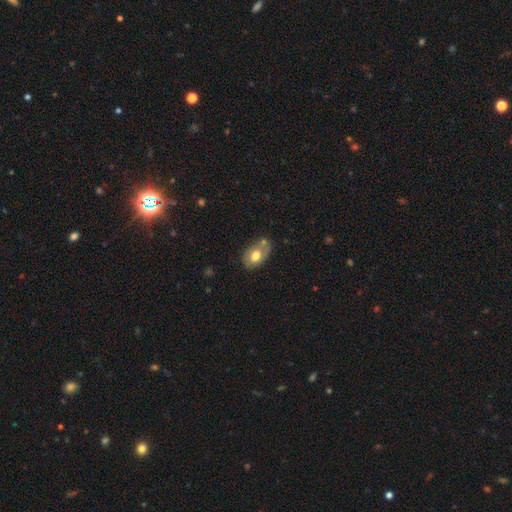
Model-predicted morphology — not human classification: Overall: smooth (69%). How rounded: in between (84%). Merging: none (56%; minor disturbance 23%).